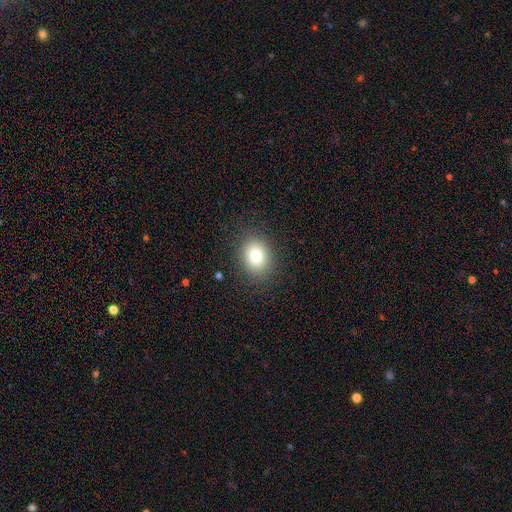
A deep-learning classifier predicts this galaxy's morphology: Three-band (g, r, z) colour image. It shows a smooth galaxy with no disk features (80%) that is round (52%). Merging: none (87%).